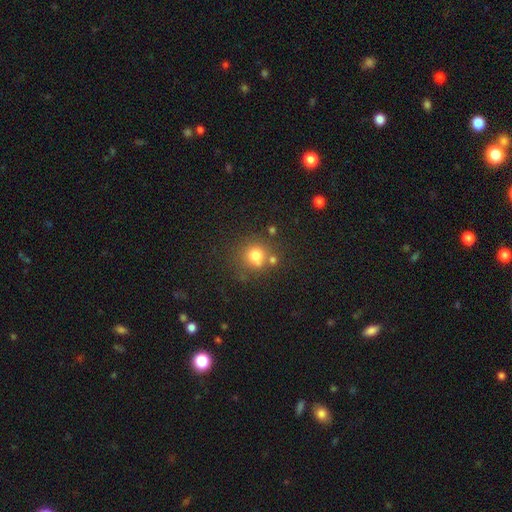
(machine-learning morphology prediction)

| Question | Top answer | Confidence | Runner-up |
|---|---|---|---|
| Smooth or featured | smooth | 75% | star or artifact (15%) |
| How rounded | round | 84% | in between (15%) |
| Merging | none | 61% | merger (19%) |